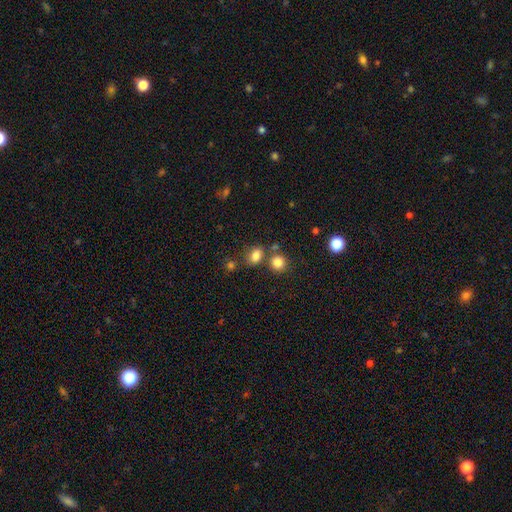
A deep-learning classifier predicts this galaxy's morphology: This is clearly a smooth galaxy (80%). How rounded: likely in between (64%). Merging: likely none (63%).